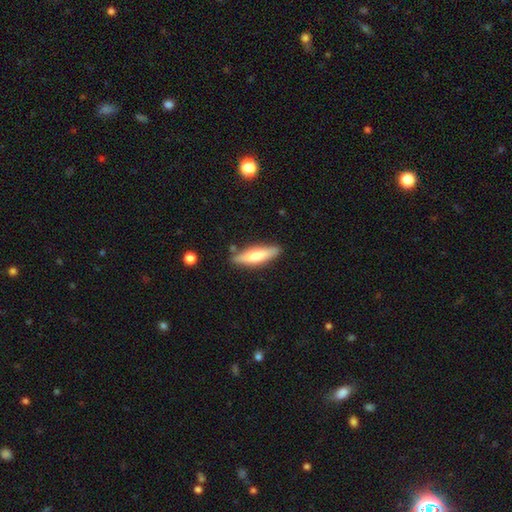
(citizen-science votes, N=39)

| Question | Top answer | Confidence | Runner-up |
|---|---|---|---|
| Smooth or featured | smooth | 51% | featured or disk (46%) |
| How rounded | cigar-shaped | 75% | in between (25%) |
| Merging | none | 79% | minor disturbance (13%) |